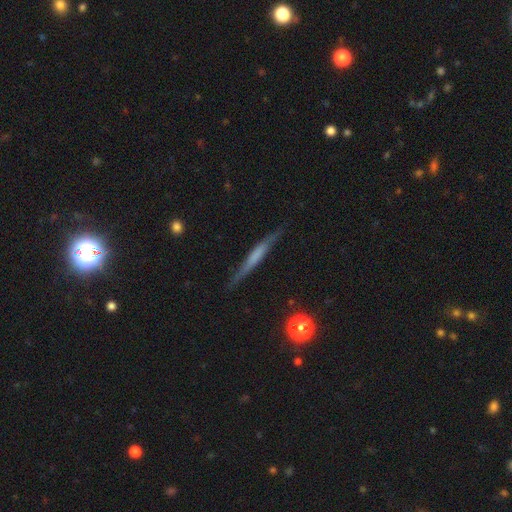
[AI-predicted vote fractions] This appears to be a featured or disk galaxy (55%) viewed edge-on (94%) with no central bulge (60%). Merging: none (83%).